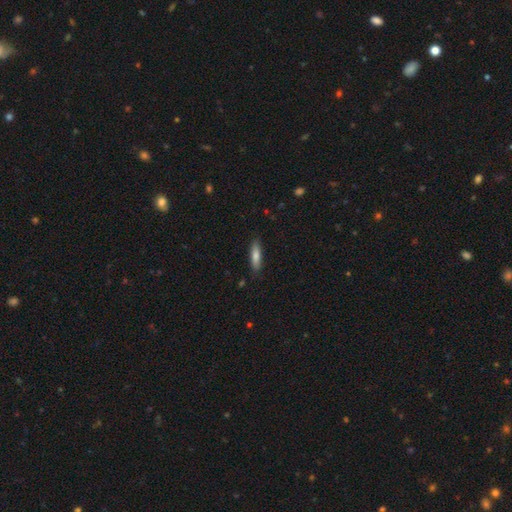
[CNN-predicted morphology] A smooth galaxy with no disk features (75%) that is cigar-shaped (70%).

Vote fractions:
- Smooth or featured? smooth: 75% / featured or disk: 19% / star or artifact: 6%
- How rounded? cigar-shaped: 70% / in between: 29% / round: 2%
- Merging? none: 86% / minor disturbance: 10% / major disturbance: 2% / merger: 1%